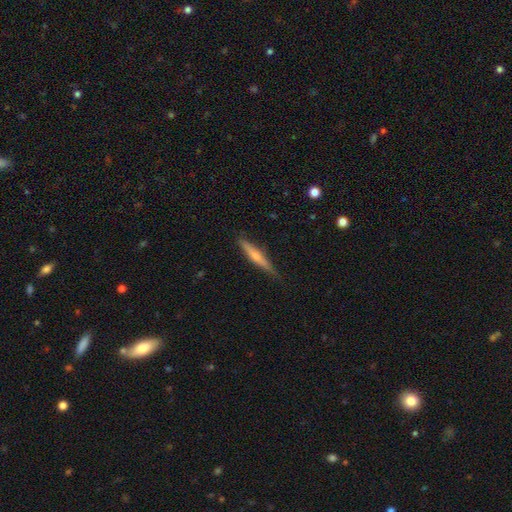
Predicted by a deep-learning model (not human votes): Smooth or featured?
  - smooth: 49% *
  - featured or disk: 45%
  - star or artifact: 6%
Merging?
  - none: 84% *
  - minor disturbance: 13%
  - major disturbance: 2%
  - merger: 1%